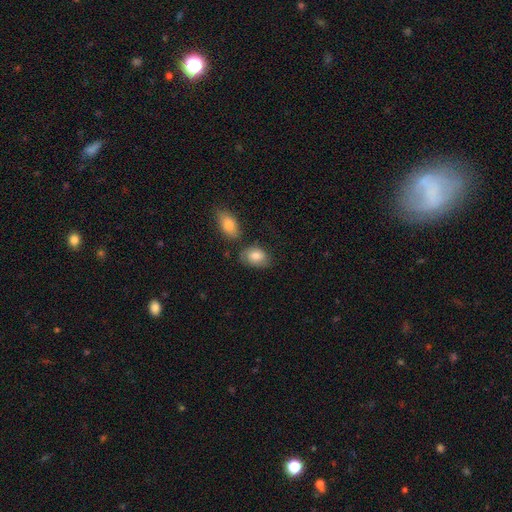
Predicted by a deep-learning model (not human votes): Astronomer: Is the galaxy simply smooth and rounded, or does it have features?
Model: smooth — 79%.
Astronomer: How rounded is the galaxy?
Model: in between — 83%.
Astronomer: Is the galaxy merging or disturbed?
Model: none — 60%.